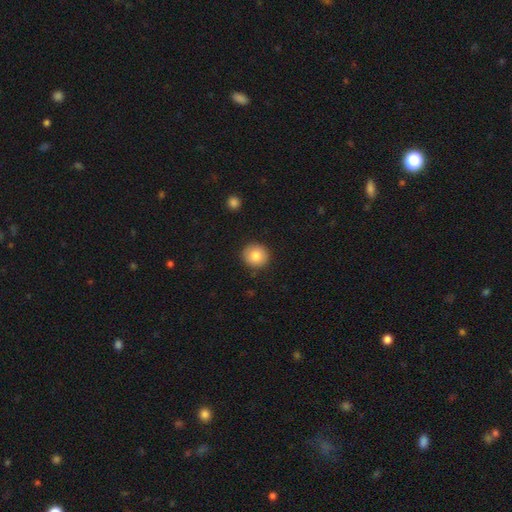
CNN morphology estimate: smooth_or_featured: smooth (p=0.83) [alt: featured or disk p=0.09]
how_rounded: round (p=0.91) [alt: in between p=0.08]
merging: none (p=0.90) [alt: minor disturbance p=0.07]